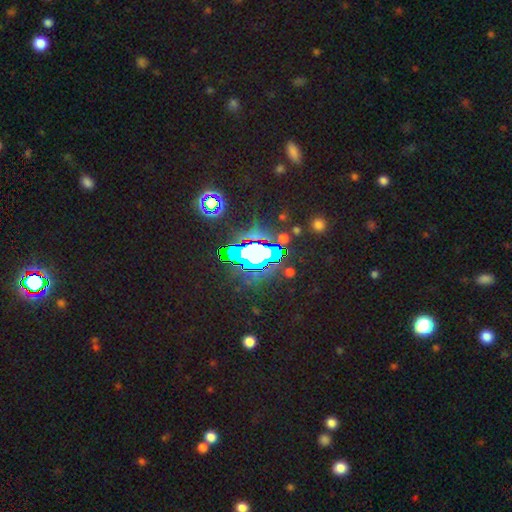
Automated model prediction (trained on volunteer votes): Smooth or featured? Predicted: star or artifact (p=0.67).